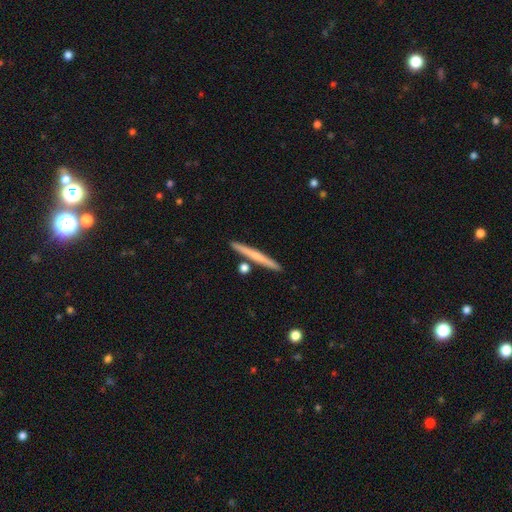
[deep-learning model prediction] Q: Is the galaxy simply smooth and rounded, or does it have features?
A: smooth — 52%.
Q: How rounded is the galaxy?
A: cigar-shaped — 96%.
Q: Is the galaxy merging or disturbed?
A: none — 88%.